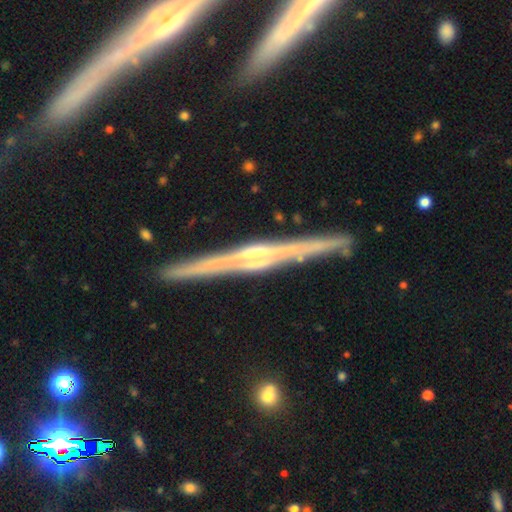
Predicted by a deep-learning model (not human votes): A featured or disk galaxy (86%) viewed edge-on (98%) with a rounded central bulge (66%).

Vote fractions:
- Smooth or featured? featured or disk: 86% / smooth: 9% / star or artifact: 5%
- Edge-on disk? yes: 98% / no: 2%
- Edge-on bulge? rounded: 66% / boxy: 18% / none: 16%
- Merging? none: 90% / minor disturbance: 7% / merger: 2% / major disturbance: 1%